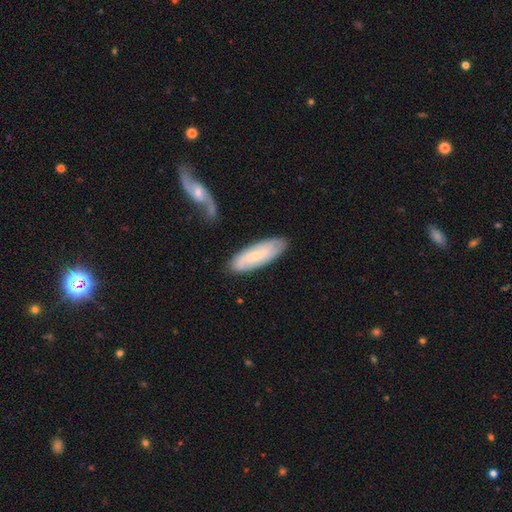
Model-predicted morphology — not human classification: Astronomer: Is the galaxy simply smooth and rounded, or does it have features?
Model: smooth — 54% (runner-up: featured or disk, 40%).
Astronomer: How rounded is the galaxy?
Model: in between — 58% (runner-up: cigar-shaped, 40%).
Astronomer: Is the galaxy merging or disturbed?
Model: none — 76%.